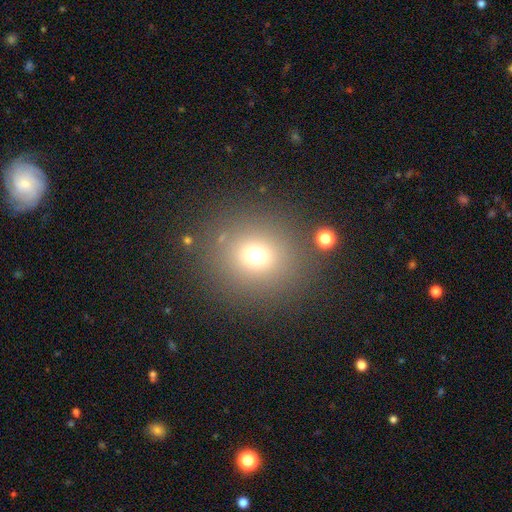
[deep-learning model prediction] A smooth galaxy with no disk features (69%) that is round (86%). Merging: none (83%).